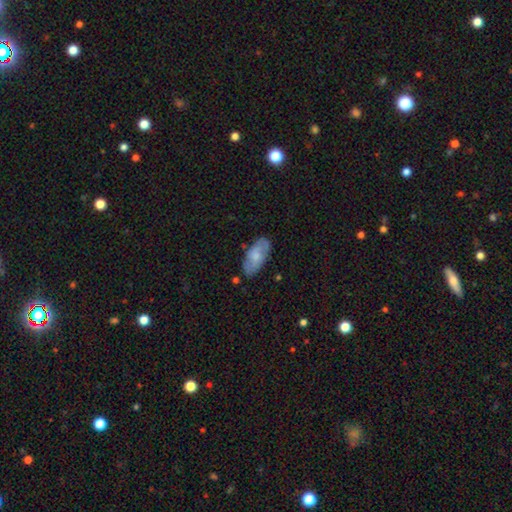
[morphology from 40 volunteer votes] This is likely a smooth galaxy (60%). How rounded: clearly in between (83%). Merging: clearly none (81%).